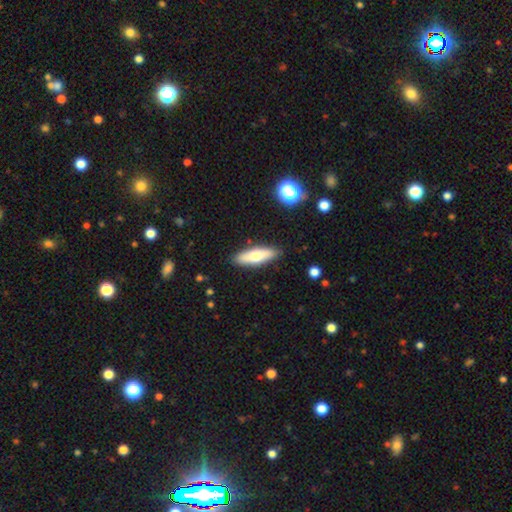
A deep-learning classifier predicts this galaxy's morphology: smooth_or_featured: smooth (p=0.63) [alt: featured or disk p=0.31]
how_rounded: cigar-shaped (p=0.49) [tied with: in between p=0.49]
merging: none (p=0.88) [alt: minor disturbance p=0.09]